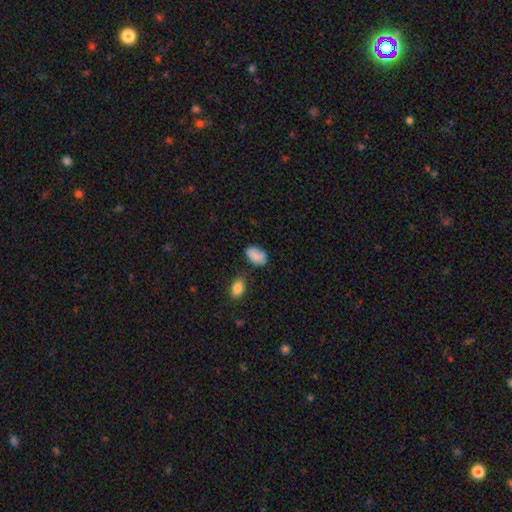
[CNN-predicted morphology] A smooth galaxy with no disk features (85%) that is in between round and cigar-shaped (89%). Merging: none (64%).